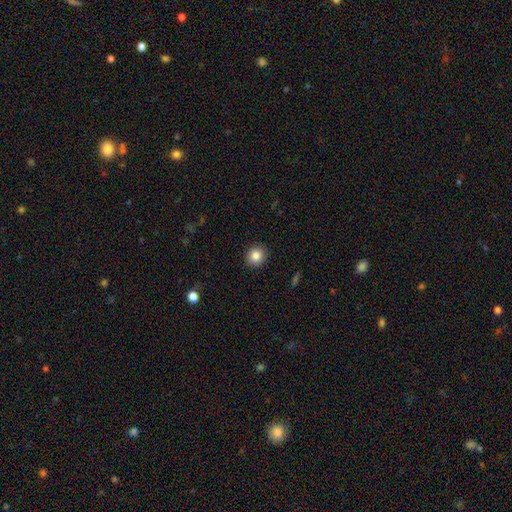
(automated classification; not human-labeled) Overall: smooth (85%). How rounded: round (87%). Merging: none (92%).